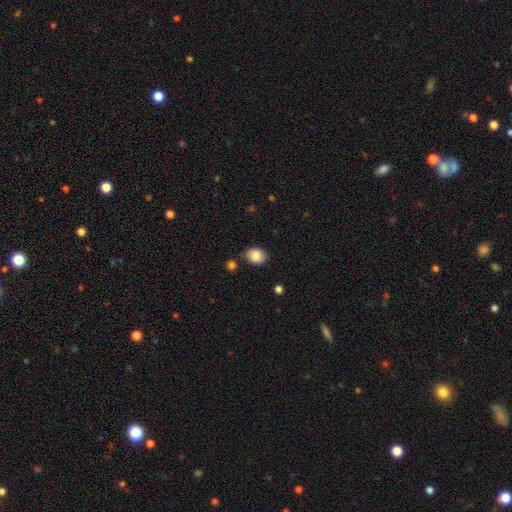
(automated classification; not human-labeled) smooth-or-featured: smooth: 84% | featured or disk: 8% | star or artifact: 8%
  how-rounded: in between: 66% | round: 33% | cigar-shaped: 1%
  merging: none: 80% | minor disturbance: 14% | merger: 4% | major disturbance: 3%